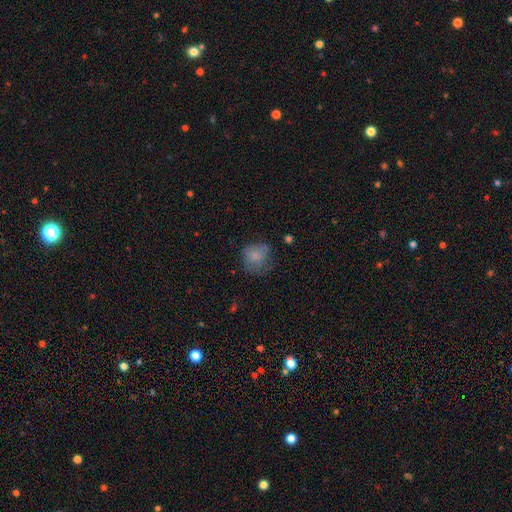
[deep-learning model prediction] Smooth or featured? Predicted: smooth (p=0.76). How rounded? Predicted: round (p=0.73). Merging? Predicted: none (p=0.50).